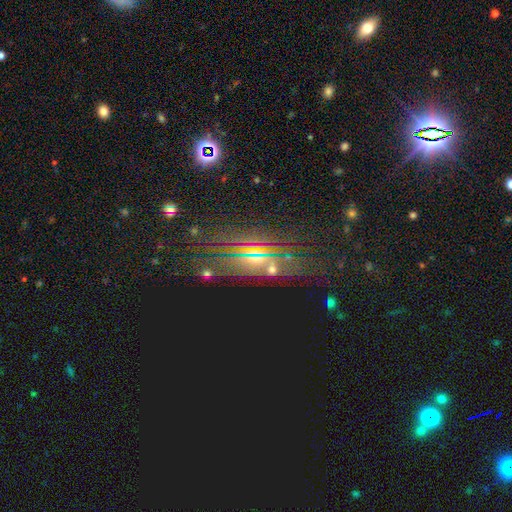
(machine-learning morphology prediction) This appears to be a star or artifact, not a galaxy (45%).